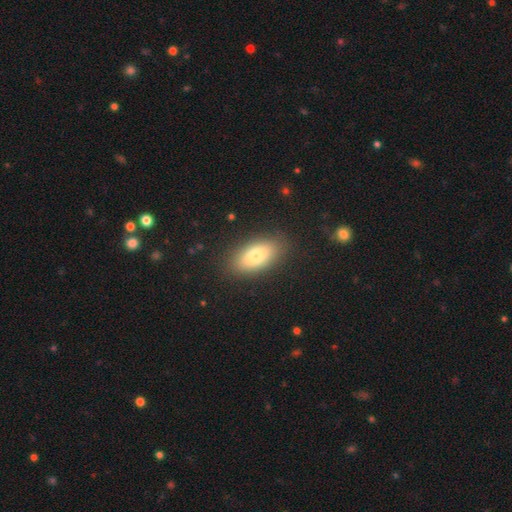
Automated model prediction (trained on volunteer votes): A smooth galaxy with no disk features (77%) that is in between round and cigar-shaped (90%). Merging: none (87%).